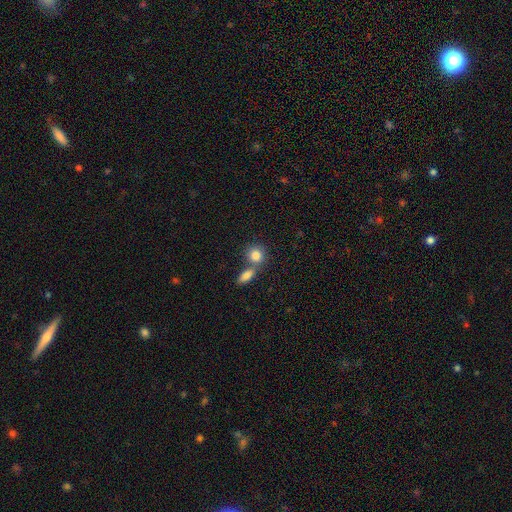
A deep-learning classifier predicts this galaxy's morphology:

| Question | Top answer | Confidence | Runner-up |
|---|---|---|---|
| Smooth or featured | smooth | 83% | featured or disk (9%) |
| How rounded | round | 72% | in between (26%) |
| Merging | none | 46% | merger (43%) |